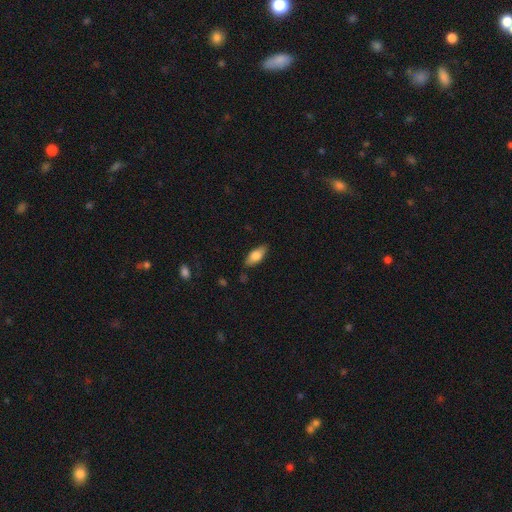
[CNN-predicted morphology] The model was most divided on "smooth or featured": smooth: 73%, featured or disk: 20%, star or artifact: 6%. More confident: merging — none (84%); how rounded — in between (81%).